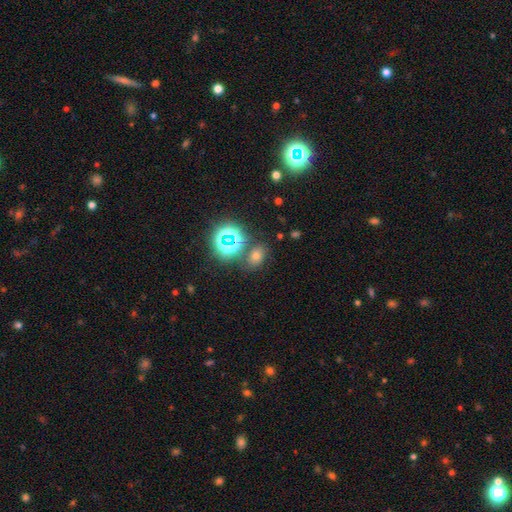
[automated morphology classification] Smooth or featured? Predicted: smooth (p=0.57). How rounded? Predicted: in between (p=0.59). Merging? Predicted: none (p=0.75).